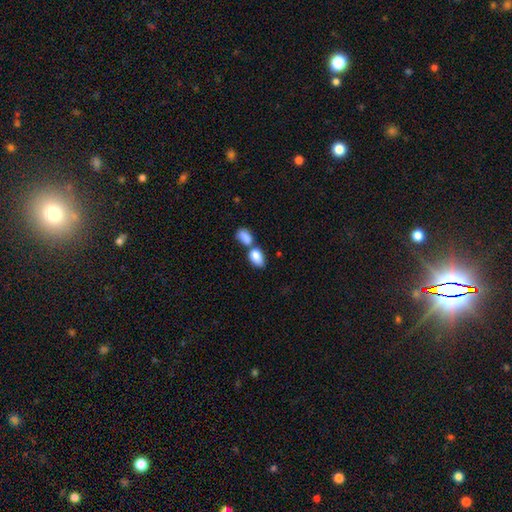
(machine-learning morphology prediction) A smooth galaxy with no disk features (84%) that is in between round and cigar-shaped (90%). Merging: merger (60%).